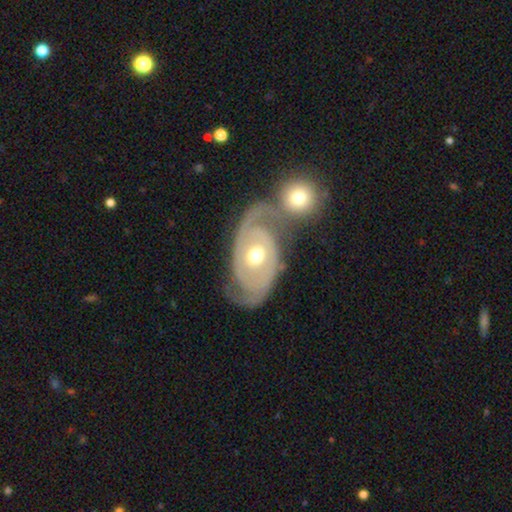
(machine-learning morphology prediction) Smooth or featured? Predicted: featured or disk (p=0.88). Edge-on disk? Predicted: no (p=0.96). Bar? Predicted: no (p=0.74). Spiral arms? Predicted: yes (p=0.93). Spiral winding? Predicted: tight (p=0.57). Spiral arm count? Predicted: 2 (p=0.83). Bulge size? Predicted: moderate (p=0.77). Merging? Predicted: none (p=0.45).